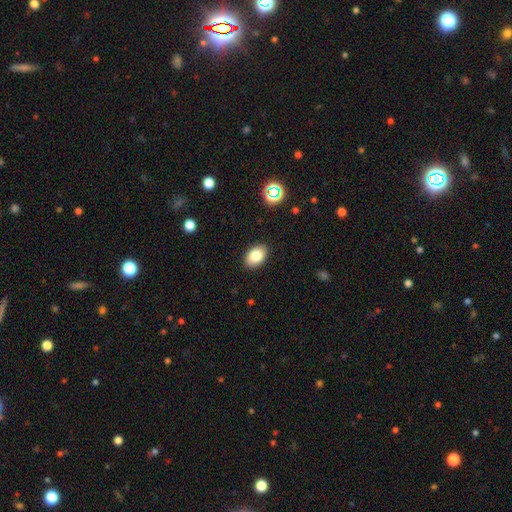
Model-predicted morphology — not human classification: The model was most divided on "smooth or featured": smooth: 83%, star or artifact: 9%, featured or disk: 8%. More confident: merging — none (89%); how rounded — in between (87%).